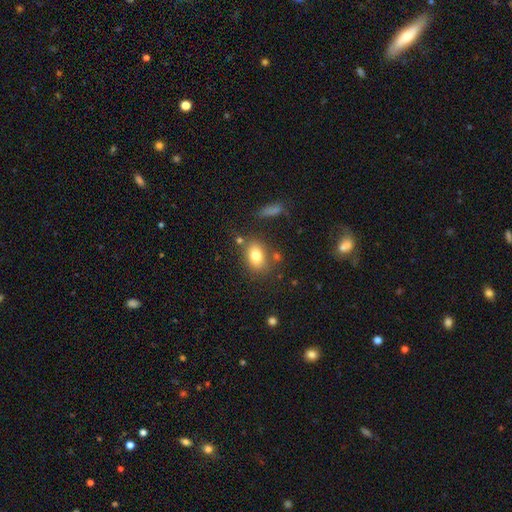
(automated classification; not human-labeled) This is likely a smooth galaxy (79%). How rounded: likely in between (78%). Merging: likely none (72%).